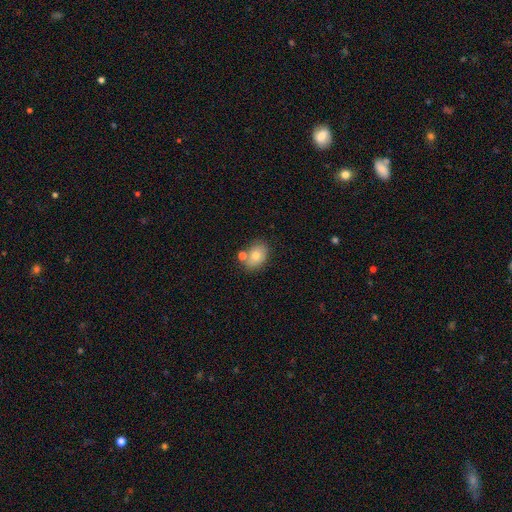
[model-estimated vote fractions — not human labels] A smooth galaxy with no disk features (75%) that is in between round and cigar-shaped (73%).

Vote fractions:
- Smooth or featured? smooth: 75% / featured or disk: 16% / star or artifact: 9%
- How rounded? in between: 73% / round: 26% / cigar-shaped: 1%
- Merging? none: 63% / merger: 19% / minor disturbance: 15% / major disturbance: 4%